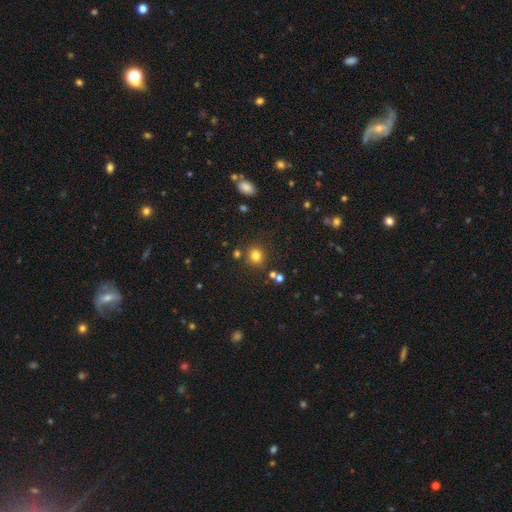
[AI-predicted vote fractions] Smooth or featured? Predicted: smooth (p=0.79). How rounded? Predicted: round (p=0.86). Merging? Predicted: none (p=0.82).